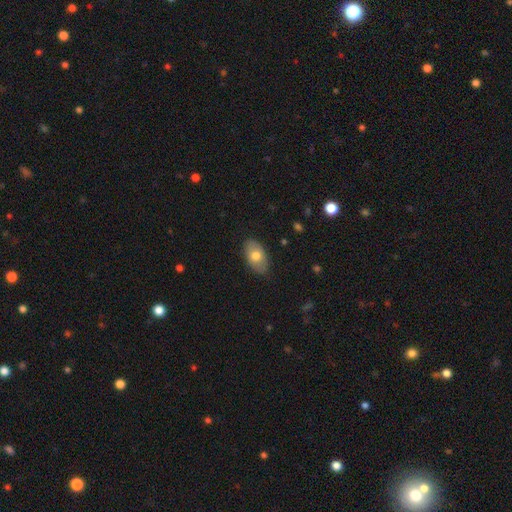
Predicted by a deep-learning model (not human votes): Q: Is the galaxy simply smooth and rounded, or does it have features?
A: smooth — 70%.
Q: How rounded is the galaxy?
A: in between — 92%.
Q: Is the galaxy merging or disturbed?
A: none — 83%.